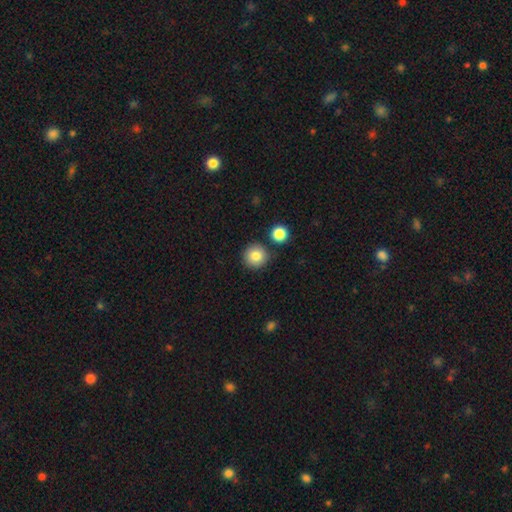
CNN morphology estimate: This appears to be a smooth galaxy with no disk features (84%) that is round (94%). Merging: none (84%).